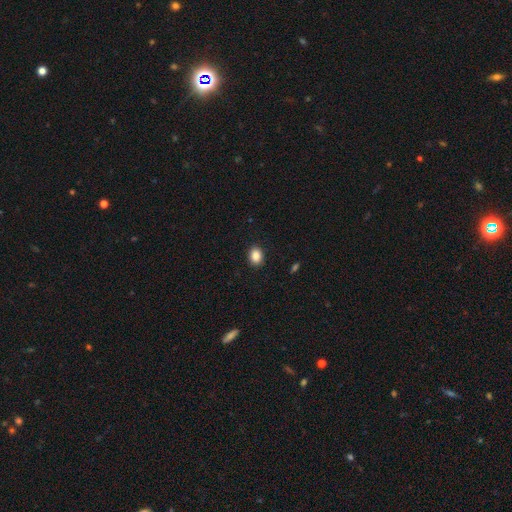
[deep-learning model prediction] Smooth or featured: smooth — 88% (star or artifact — 9%)
How rounded: in between — 62% (round — 37%)
Merging: none — 90% (minor disturbance — 7%)